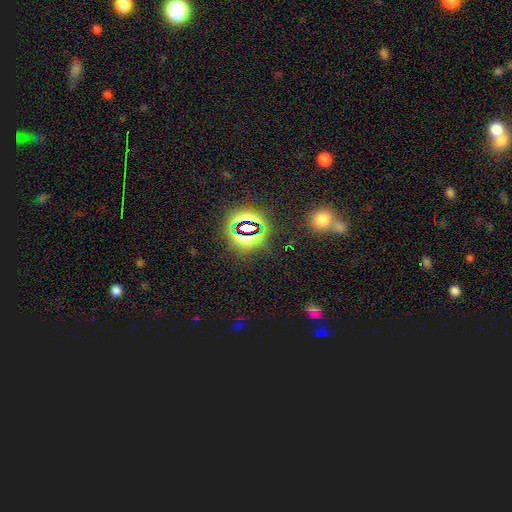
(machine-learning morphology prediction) A star or artifact, not a galaxy (75%).